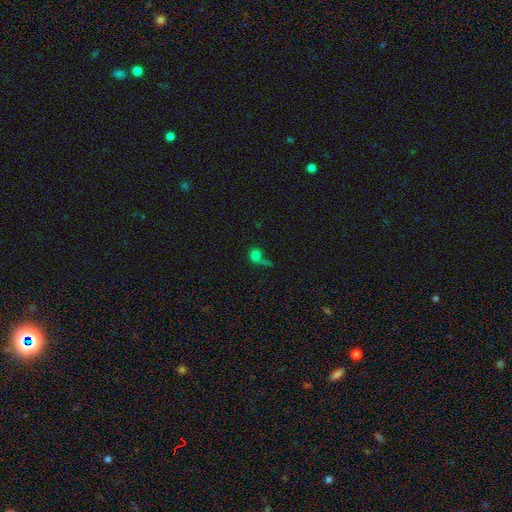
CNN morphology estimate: A smooth galaxy with no disk features (68%) that is round (69%). Merging: major disturbance (32%).